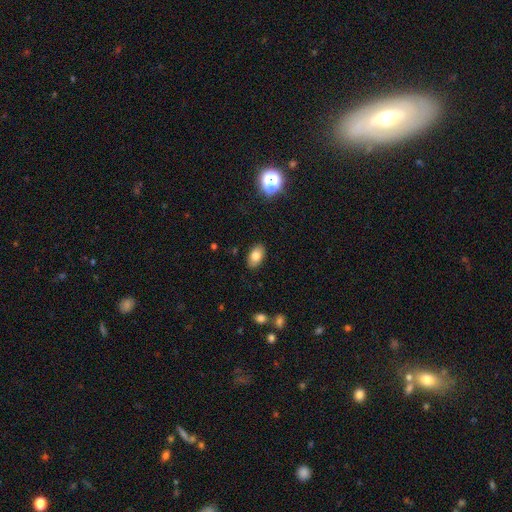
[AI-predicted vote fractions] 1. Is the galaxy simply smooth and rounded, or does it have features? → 80% smooth, 10% featured or disk, 9% star or artifact.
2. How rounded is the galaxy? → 91% in between, 8% round, 2% cigar-shaped.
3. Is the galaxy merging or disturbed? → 87% none, 10% minor disturbance, 2% major disturbance, 1% merger.